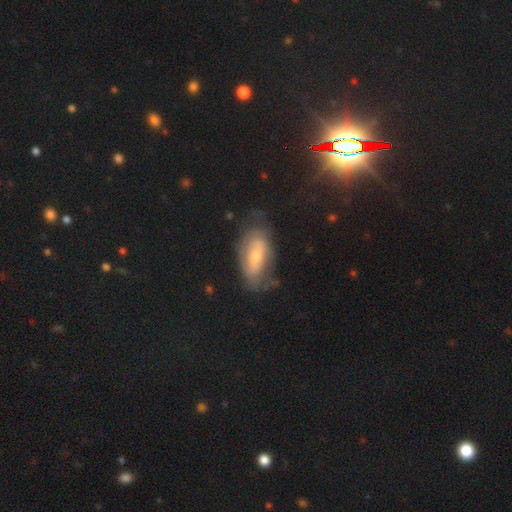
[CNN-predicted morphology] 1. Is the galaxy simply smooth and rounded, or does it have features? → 50% featured or disk, 43% smooth, 8% star or artifact.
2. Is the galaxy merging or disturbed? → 52% none, 28% minor disturbance, 18% major disturbance, 2% merger.